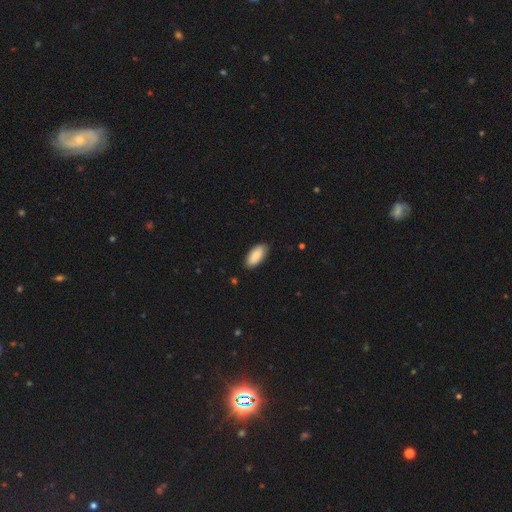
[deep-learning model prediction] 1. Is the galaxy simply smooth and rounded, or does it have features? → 87% smooth, 7% featured or disk, 6% star or artifact.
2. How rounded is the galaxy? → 91% in between, 7% cigar-shaped, 2% round.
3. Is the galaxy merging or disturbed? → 86% none, 11% minor disturbance, 2% major disturbance, 1% merger.